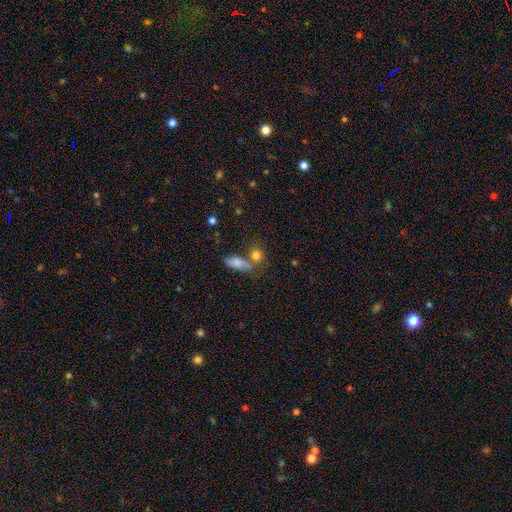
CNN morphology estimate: Smooth or featured: smooth — 80% (star or artifact — 12%)
How rounded: round — 59% (in between — 35%)
Merging: none — 51% (merger — 32%)